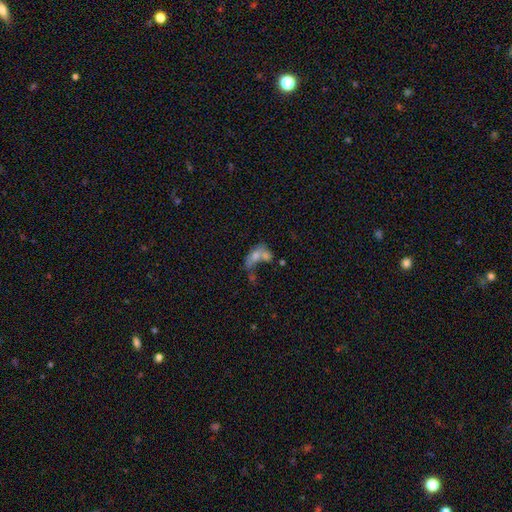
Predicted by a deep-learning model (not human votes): Morphology: type=smooth (49%); merging=merger (54%).